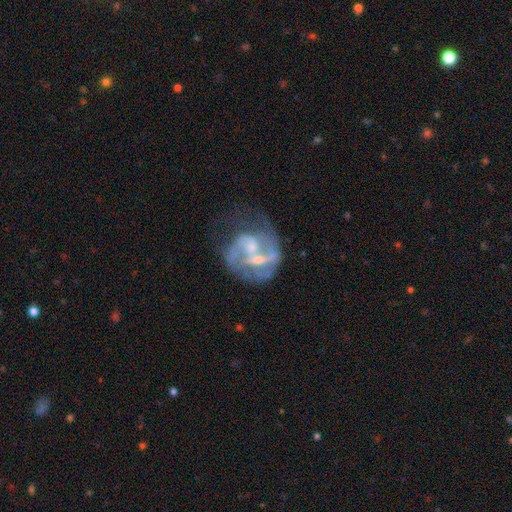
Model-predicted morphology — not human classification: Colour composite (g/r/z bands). It shows a featured or disk galaxy (79%) with no bar (43%), 2 (52%) medium (45%) spiral arms (75%) and a small central bulge (45%). Merging: none (33%).